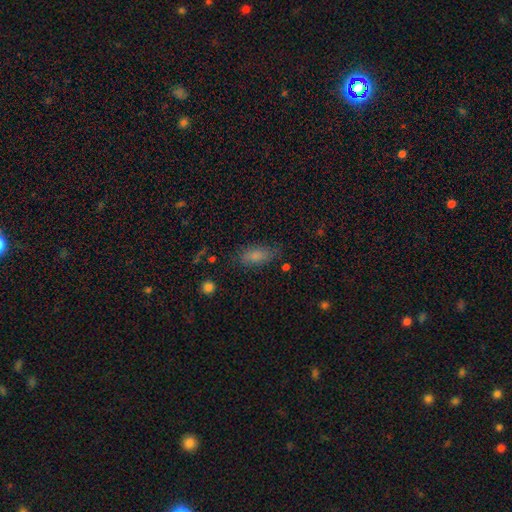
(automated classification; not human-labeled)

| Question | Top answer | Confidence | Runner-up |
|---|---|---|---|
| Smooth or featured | smooth | 78% | featured or disk (11%) |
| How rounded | in between | 80% | cigar-shaped (16%) |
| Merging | none | 75% | minor disturbance (18%) |